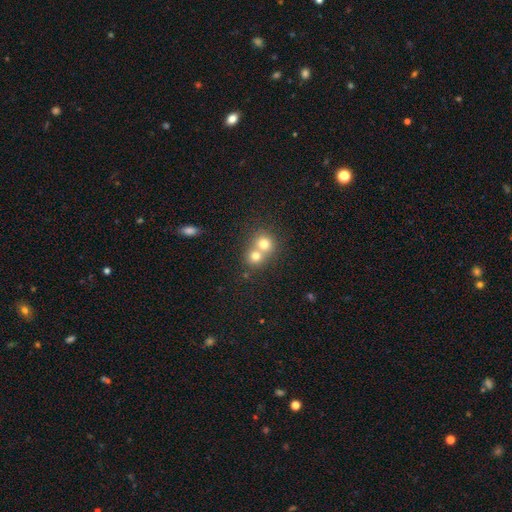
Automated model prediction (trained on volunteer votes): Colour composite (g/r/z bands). It shows a smooth galaxy with no disk features (74%) that is round (81%). Merging: merger (63%).